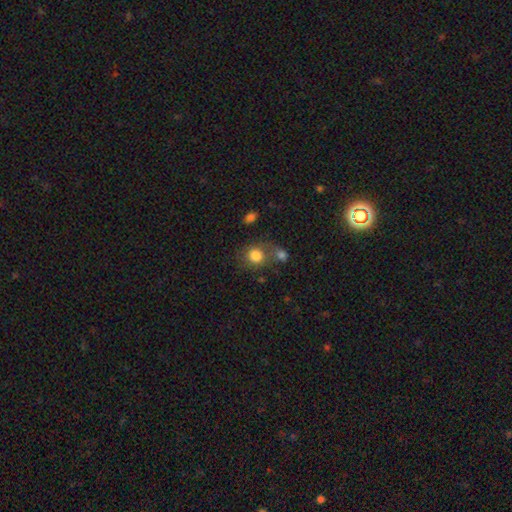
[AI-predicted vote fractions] Smooth or featured?
  - smooth: 82% *
  - star or artifact: 9%
  - featured or disk: 9%
How rounded?
  - round: 78% *
  - in between: 21%
  - cigar-shaped: 1%
Merging?
  - none: 52% *
  - merger: 25%
  - minor disturbance: 15%
  - major disturbance: 8%